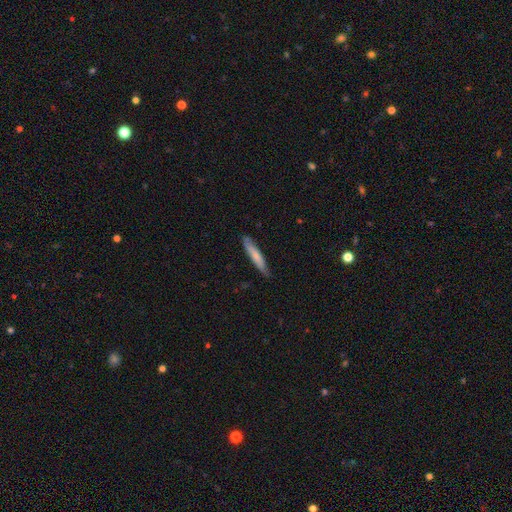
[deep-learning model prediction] Smooth or featured? Predicted: smooth (p=0.68). How rounded? Predicted: cigar-shaped (p=0.90). Merging? Predicted: none (p=0.80).